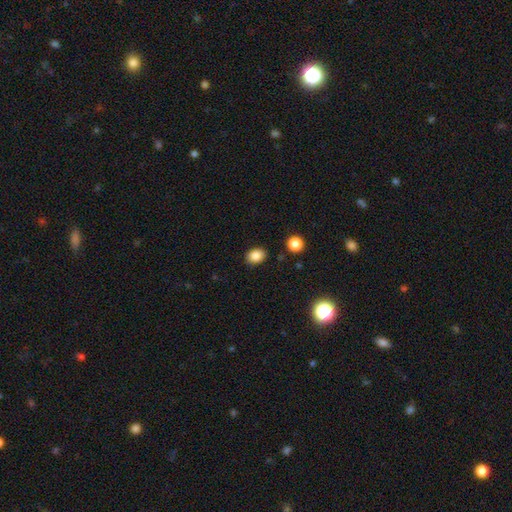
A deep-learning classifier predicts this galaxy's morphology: smooth-or-featured: smooth: 86% | star or artifact: 10% | featured or disk: 4%
  how-rounded: in between: 63% | round: 36% | cigar-shaped: 1%
  merging: none: 86% | minor disturbance: 9% | major disturbance: 2% | merger: 2%